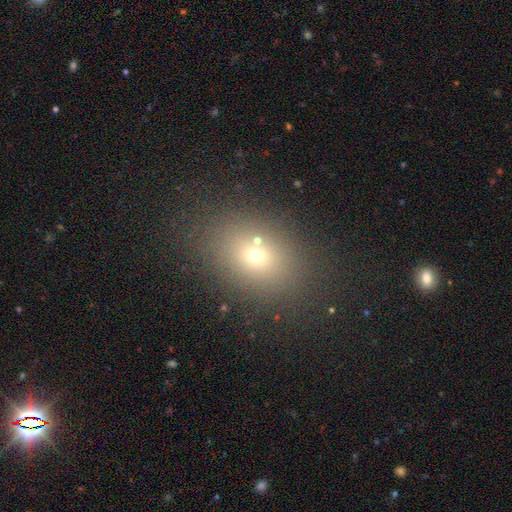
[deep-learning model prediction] This appears to be a smooth galaxy with no disk features (66%) that is in between round and cigar-shaped (64%). Merging: none (79%).